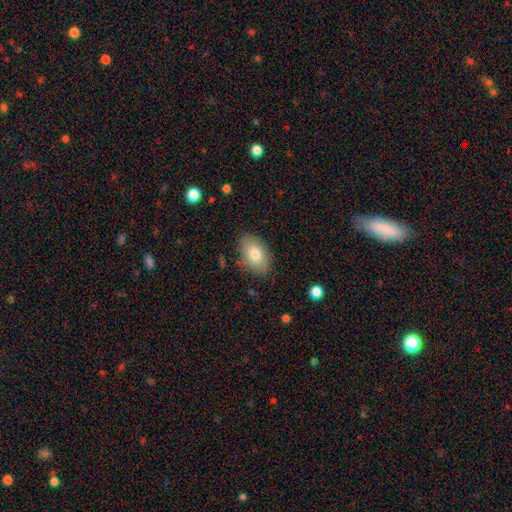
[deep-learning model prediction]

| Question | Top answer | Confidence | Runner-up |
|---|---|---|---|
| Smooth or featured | smooth | 79% | featured or disk (14%) |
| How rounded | in between | 90% | round (9%) |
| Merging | none | 81% | minor disturbance (14%) |